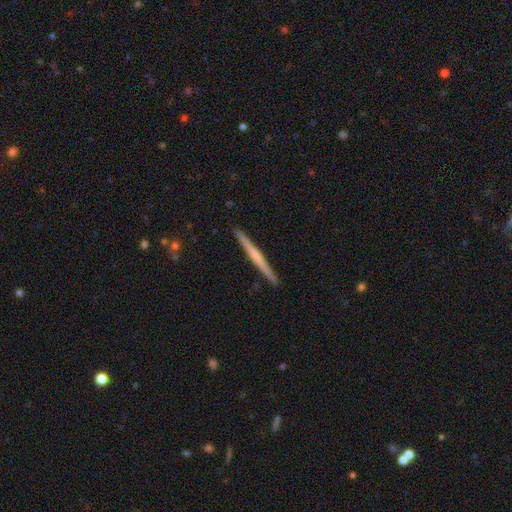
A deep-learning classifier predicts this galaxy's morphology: featured or disk 57%, smooth 38%, star or artifact 5%. Down the decision tree: edge-on disk — yes (98%); edge-on bulge — none (65%); merging — none (93%).